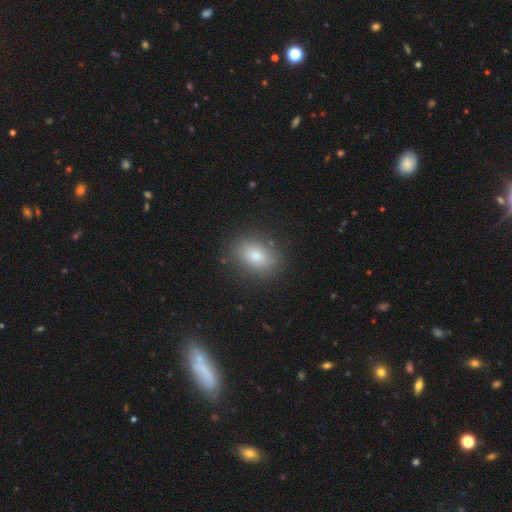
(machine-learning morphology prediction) smooth 81%, star or artifact 10%, featured or disk 10%. Down the decision tree: how rounded — in between (72%); merging — none (83%).